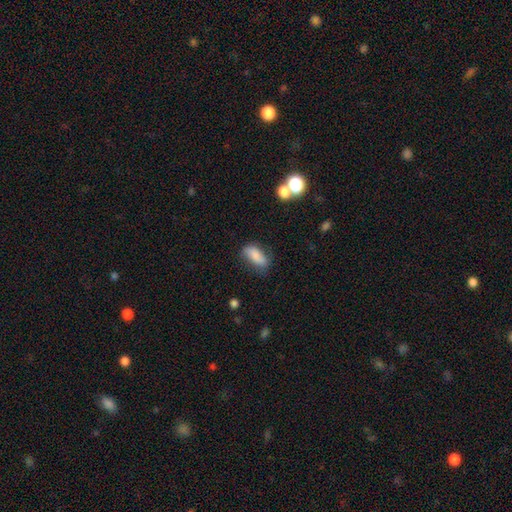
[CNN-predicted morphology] This appears to be a smooth galaxy with no disk features (82%) that is in between round and cigar-shaped (81%). Merging: none (64%).